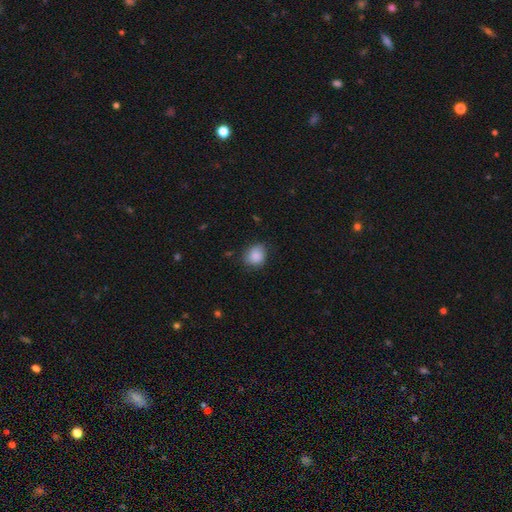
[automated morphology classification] Q: Smooth or featured?
A: smooth (87%); runner-up: star or artifact (8%)
Q: How rounded?
A: round (62%); runner-up: in between (38%)
Q: Merging?
A: none (70%); runner-up: minor disturbance (24%)